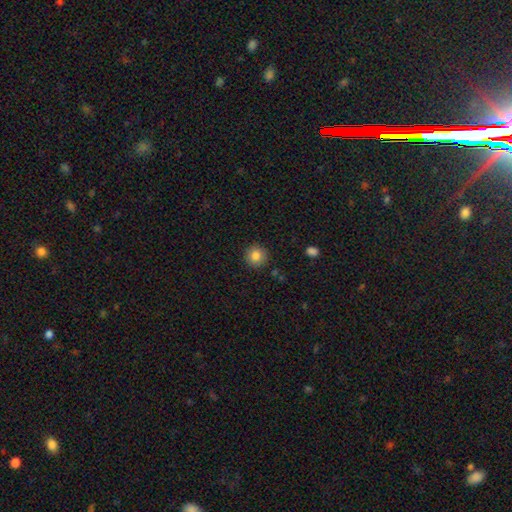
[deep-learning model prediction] smooth 84%, star or artifact 10%, featured or disk 6%. Down the decision tree: how rounded — round (94%); merging — none (90%).